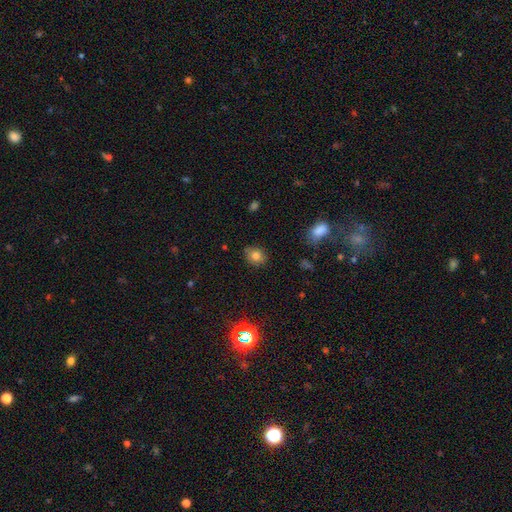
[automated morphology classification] Smooth or featured: smooth — 78% (star or artifact — 13%)
How rounded: round — 55% (in between — 43%)
Merging: none — 82% (minor disturbance — 14%)